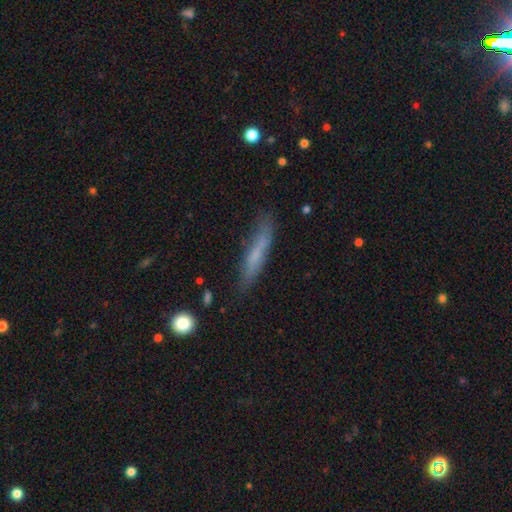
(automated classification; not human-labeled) This appears to be a smooth galaxy with no disk features (60%) that is cigar-shaped (86%). Merging: none (67%).